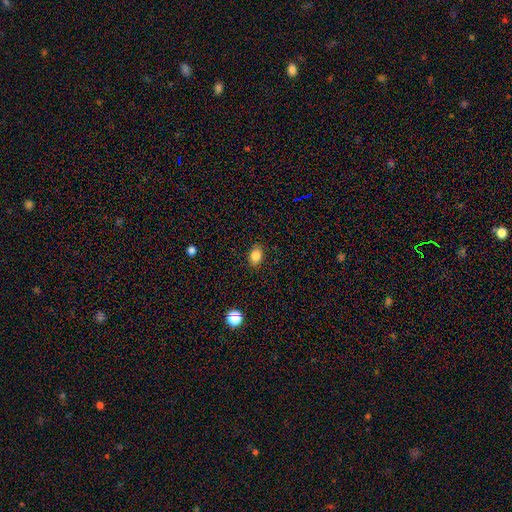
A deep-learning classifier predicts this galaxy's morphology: Smooth or featured?
  - smooth: 84% *
  - star or artifact: 10%
  - featured or disk: 6%
How rounded?
  - in between: 75% *
  - round: 24%
  - cigar-shaped: 1%
Merging?
  - none: 87% *
  - minor disturbance: 9%
  - major disturbance: 2%
  - merger: 1%